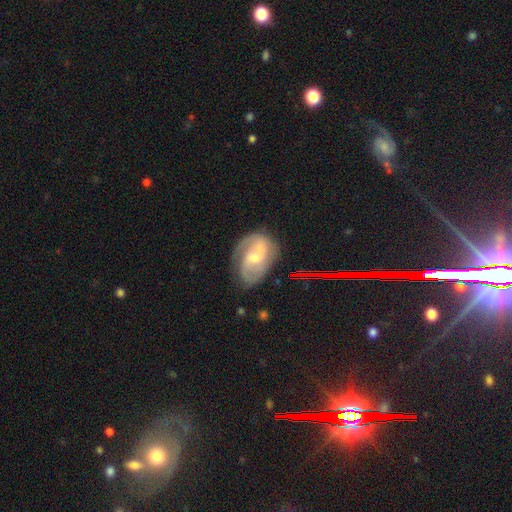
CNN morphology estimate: smooth-or-featured: featured or disk: 76% | smooth: 17% | star or artifact: 7%
  disk-edge-on: no: 97% | yes: 3%
    bar: no: 51% | weak: 38% | strong: 10%
    has-spiral-arms: yes: 88% | no: 12%
      spiral-winding: medium: 48% | tight: 32% | loose: 20%
      spiral-arm-count: 2: 69% | can't tell: 15% | 1: 8% | 3: 5% | 4: 2% | more than 4: 2%
    bulge-size: moderate: 49% | small: 45% | large: 3% | none: 2% | dominant: 1%
  merging: none: 49% | merger: 23% | minor disturbance: 19% | major disturbance: 9%